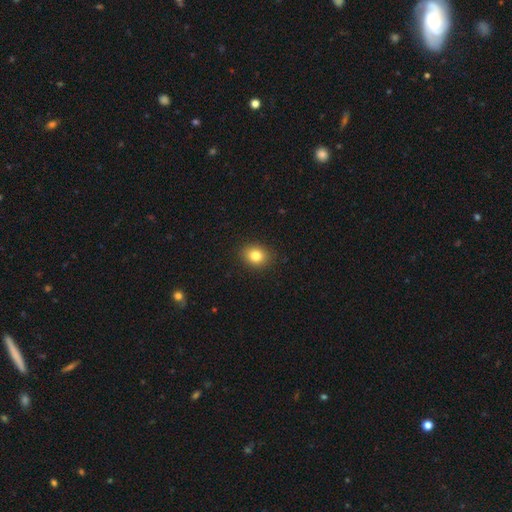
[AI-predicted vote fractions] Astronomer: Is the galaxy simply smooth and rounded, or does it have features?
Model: smooth — 82%.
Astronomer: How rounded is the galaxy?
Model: round — 54% (runner-up: in between, 45%).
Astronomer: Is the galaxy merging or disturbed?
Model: none — 90%.